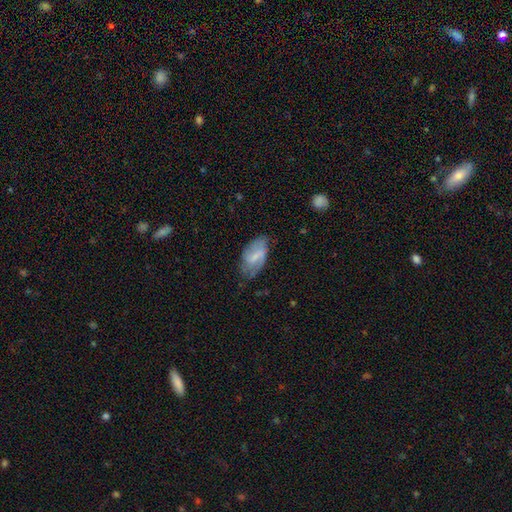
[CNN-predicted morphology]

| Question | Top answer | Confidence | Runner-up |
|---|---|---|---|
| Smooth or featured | featured or disk | 57% | smooth (37%) |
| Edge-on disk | no | 95% | yes (5%) |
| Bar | weak | 52% | strong (29%) |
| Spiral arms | yes | 80% | no (20%) |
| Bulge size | small | 52% | moderate (25%) |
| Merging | none | 63% | minor disturbance (27%) |